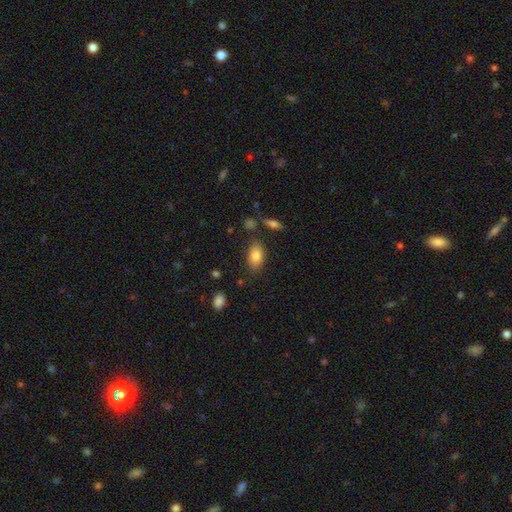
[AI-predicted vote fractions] Smooth or featured? smooth (83%)
How rounded? in between (91%)
Merging? none (80%)